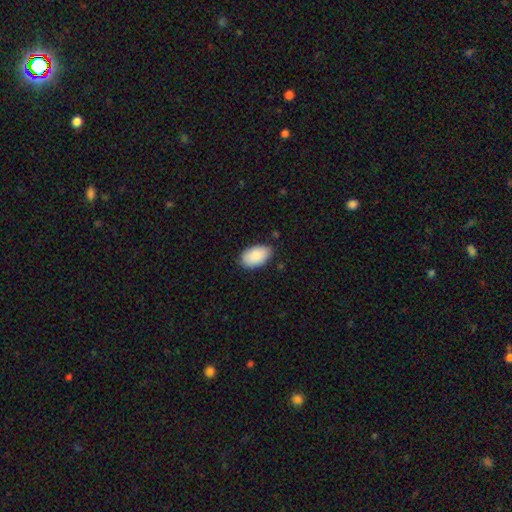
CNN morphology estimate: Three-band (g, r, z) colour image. It shows a smooth galaxy with no disk features (90%) that is in between round and cigar-shaped (95%). Merging: none (80%).